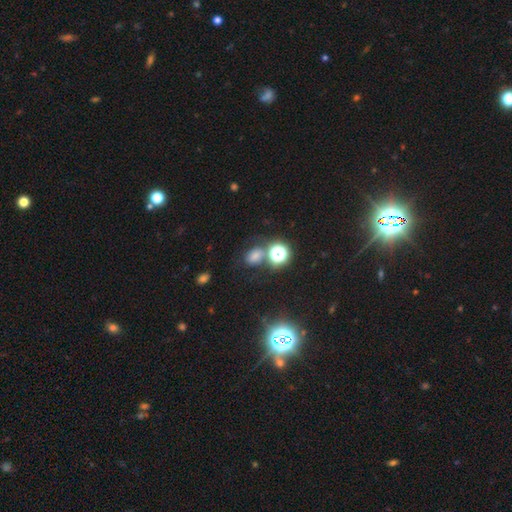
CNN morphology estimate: The model was most divided on "how rounded": in between: 57%, round: 42%, cigar-shaped: 1%. More confident: merging — none (63%); smooth or featured — smooth (60%).